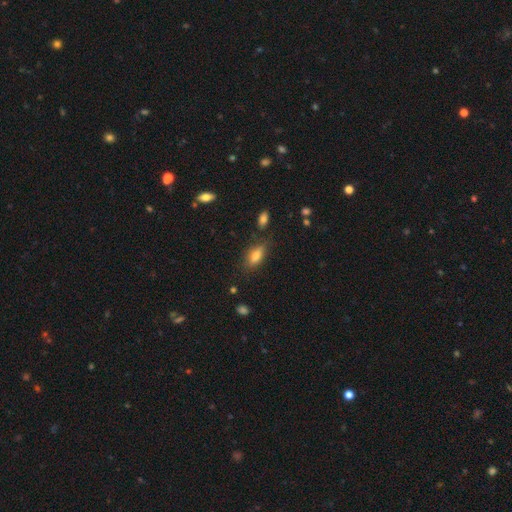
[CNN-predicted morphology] A smooth galaxy with no disk features (75%) that is in between round and cigar-shaped (76%). Merging: none (74%).